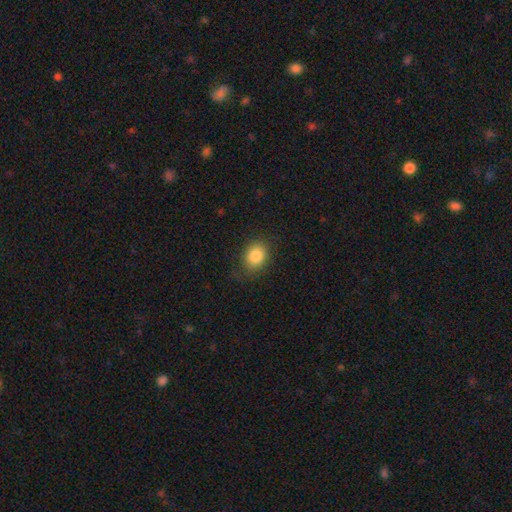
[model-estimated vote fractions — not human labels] Smooth or featured? Predicted: smooth (p=0.85). How rounded? Predicted: in between (p=0.55). Merging? Predicted: none (p=0.79).